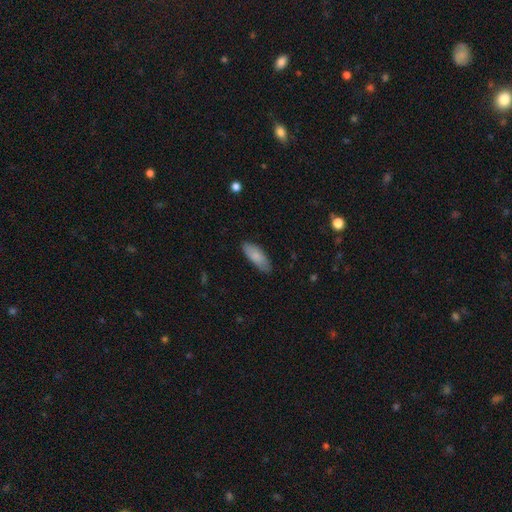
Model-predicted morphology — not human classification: smooth 83%, featured or disk 12%, star or artifact 6%. Down the decision tree: how rounded — in between (76%); merging — none (84%).